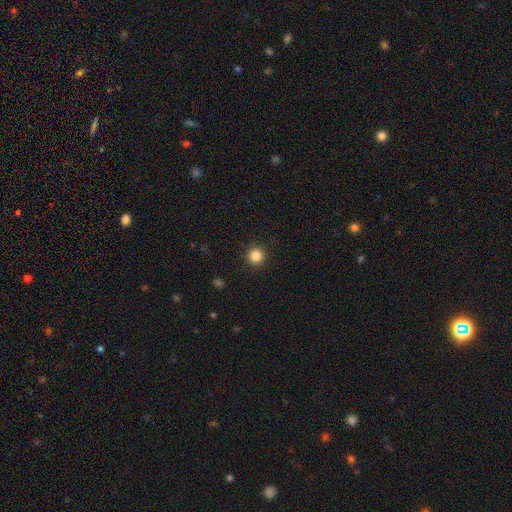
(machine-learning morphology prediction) Smooth or featured? Predicted: smooth (p=0.85). How rounded? Predicted: round (p=0.95). Merging? Predicted: none (p=0.92).